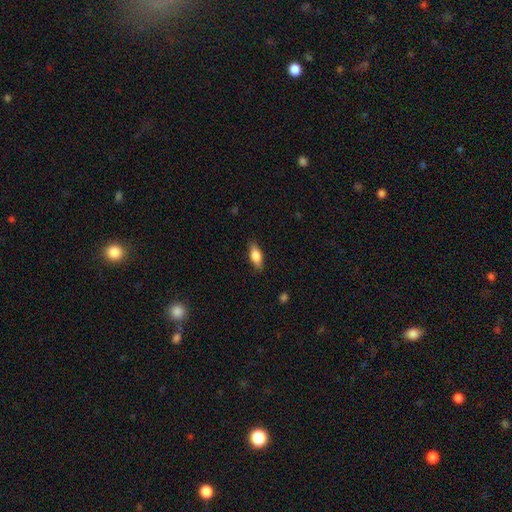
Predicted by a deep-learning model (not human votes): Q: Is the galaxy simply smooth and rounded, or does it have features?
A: smooth — 79%.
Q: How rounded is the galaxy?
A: in between — 79%.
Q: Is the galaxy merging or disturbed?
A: none — 85%.